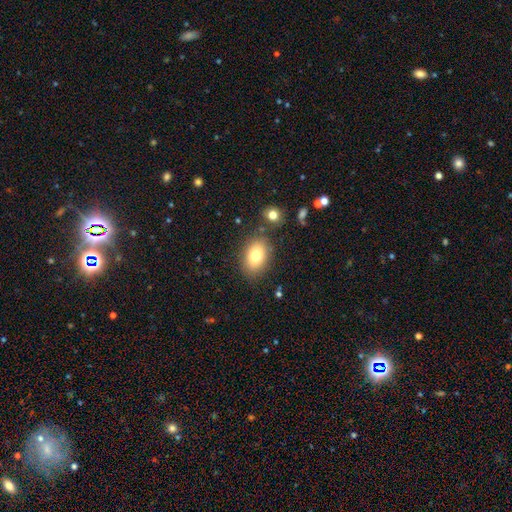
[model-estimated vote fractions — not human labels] A smooth galaxy with no disk features (78%) that is in between round and cigar-shaped (81%). Merging: none (81%).